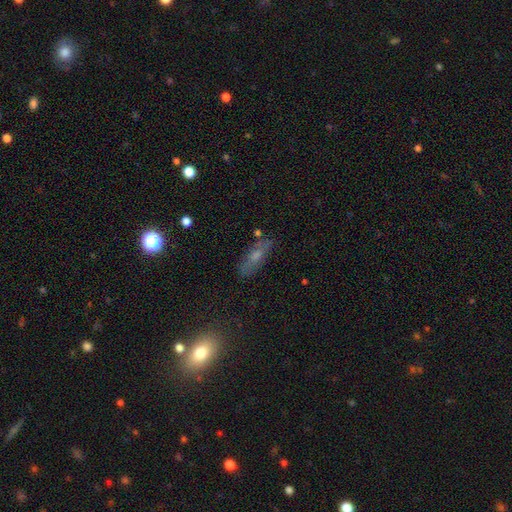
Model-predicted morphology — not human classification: smooth-or-featured: smooth: 46% | featured or disk: 38% | star or artifact: 16%
  merging: none: 77% | minor disturbance: 15% | major disturbance: 5% | merger: 3%